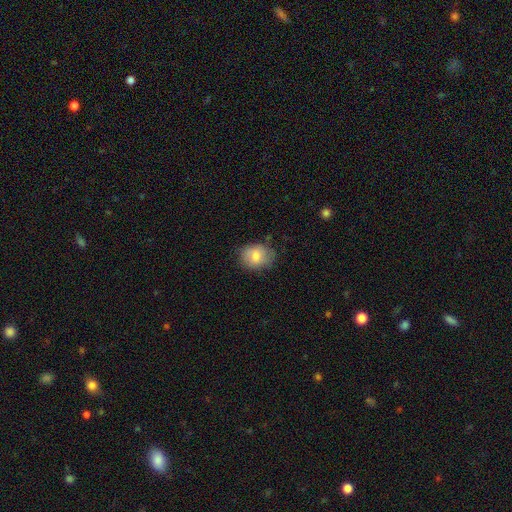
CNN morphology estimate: Smooth or featured?
  - smooth: 78% *
  - featured or disk: 14%
  - star or artifact: 8%
How rounded?
  - in between: 51% *
  - round: 48%
  - cigar-shaped: 1%
Merging?
  - none: 74% *
  - minor disturbance: 20%
  - major disturbance: 4%
  - merger: 1%